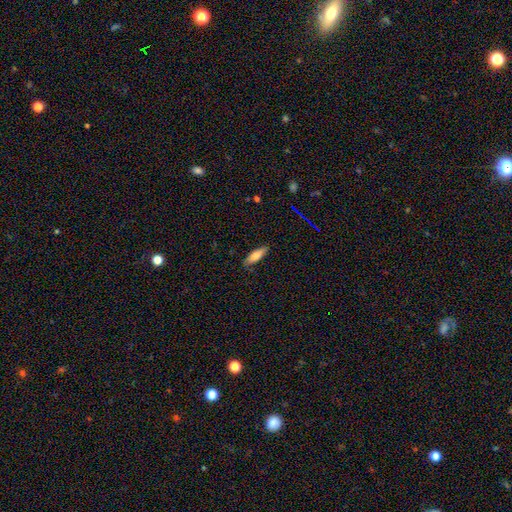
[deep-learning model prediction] smooth 74%, featured or disk 18%, star or artifact 7%. Down the decision tree: how rounded — cigar-shaped (51%); merging — none (81%).